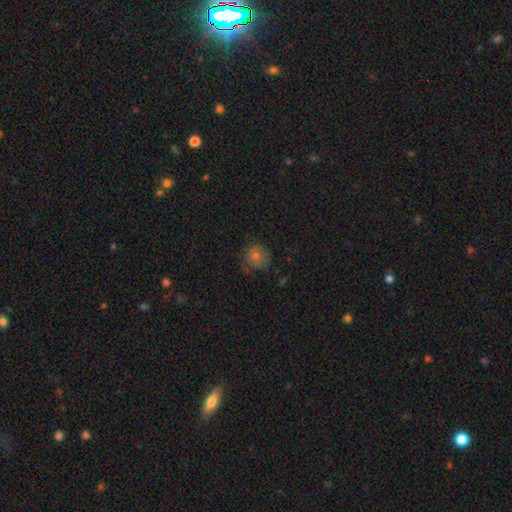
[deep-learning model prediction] Morphology: type=smooth (65%); roundness=round (86%); merging=none (72%).